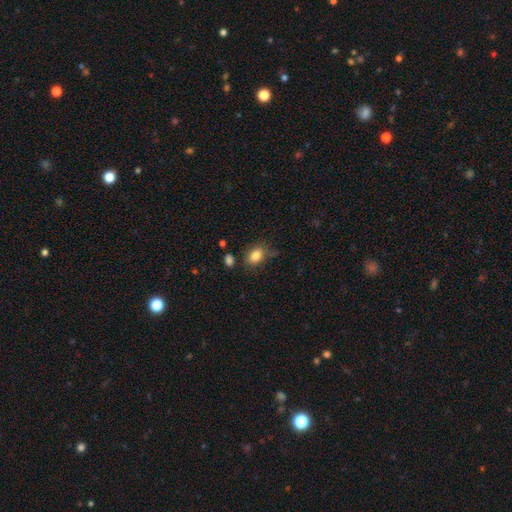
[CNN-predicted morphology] A smooth galaxy with no disk features (83%) that is in between round and cigar-shaped (75%).

Vote fractions:
- Smooth or featured? smooth: 83% / star or artifact: 9% / featured or disk: 7%
- How rounded? in between: 75% / round: 23% / cigar-shaped: 1%
- Merging? none: 69% / minor disturbance: 20% / major disturbance: 6% / merger: 5%